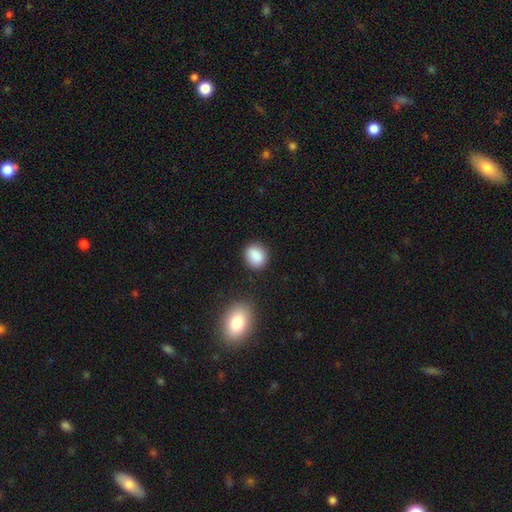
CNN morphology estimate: This appears to be a smooth galaxy with no disk features (88%) that is round (63%). Merging: none (84%).